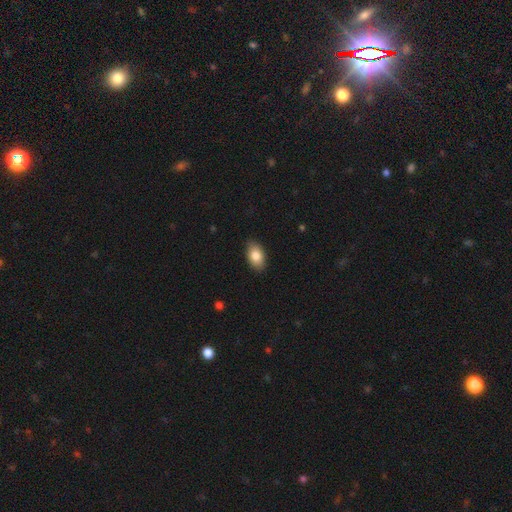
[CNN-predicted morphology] Smooth or featured? Predicted: smooth (p=0.83). How rounded? Predicted: in between (p=0.92). Merging? Predicted: none (p=0.88).